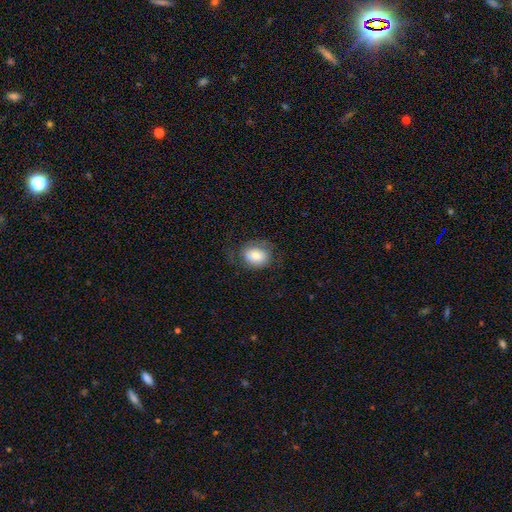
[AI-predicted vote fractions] This is likely a smooth galaxy (75%). How rounded: possibly in between (53%). Merging: likely none (66%).